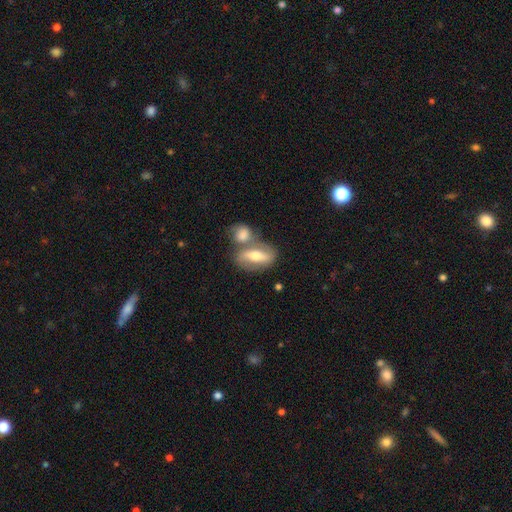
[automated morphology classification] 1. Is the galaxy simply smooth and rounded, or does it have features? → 53% featured or disk, 41% smooth, 6% star or artifact.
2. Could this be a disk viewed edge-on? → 75% no, 25% yes.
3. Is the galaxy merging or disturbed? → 44% none, 40% merger, 11% minor disturbance, 5% major disturbance.